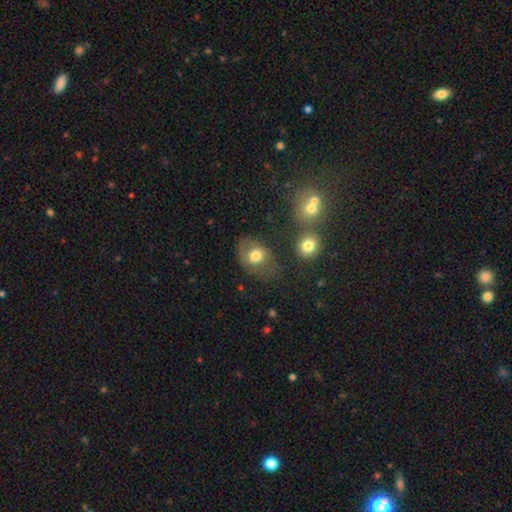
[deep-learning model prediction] This appears to be a smooth galaxy with no disk features (72%) that is in between round and cigar-shaped (55%). Merging: none (55%).